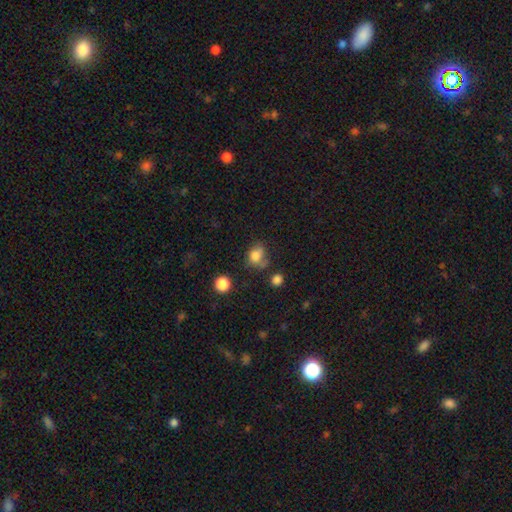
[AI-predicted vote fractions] Morphology: type=smooth (75%); roundness=round (57%); merging=none (45%).